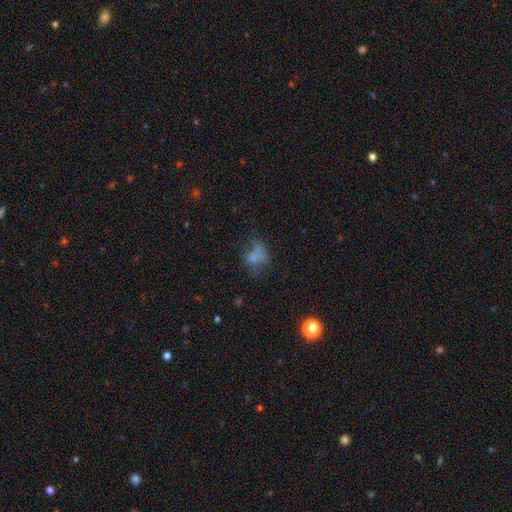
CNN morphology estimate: This is possibly a smooth galaxy (58%). How rounded: likely in between (62%). Merging: marginally none (35%).